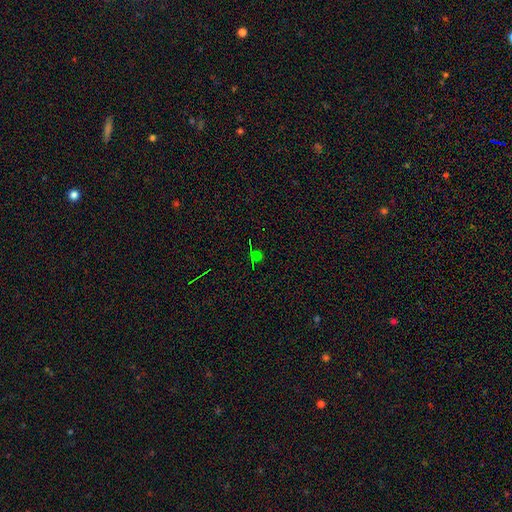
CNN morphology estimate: type=star or artifact (55%).